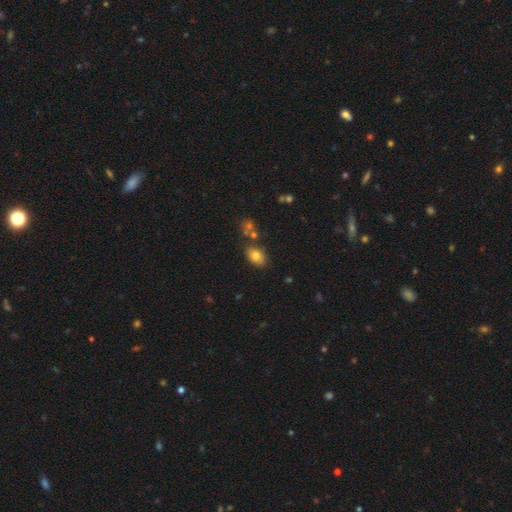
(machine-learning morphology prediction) Q: Smooth or featured?
A: smooth (79%); runner-up: featured or disk (12%)
Q: How rounded?
A: in between (85%); runner-up: round (13%)
Q: Merging?
A: none (72%); runner-up: minor disturbance (15%)